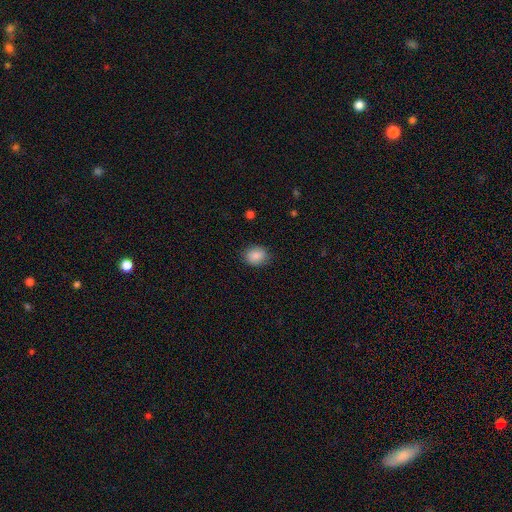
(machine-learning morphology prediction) Smooth or featured: smooth — 87% (star or artifact — 8%)
How rounded: round — 56% (in between — 43%)
Merging: none — 84% (minor disturbance — 12%)